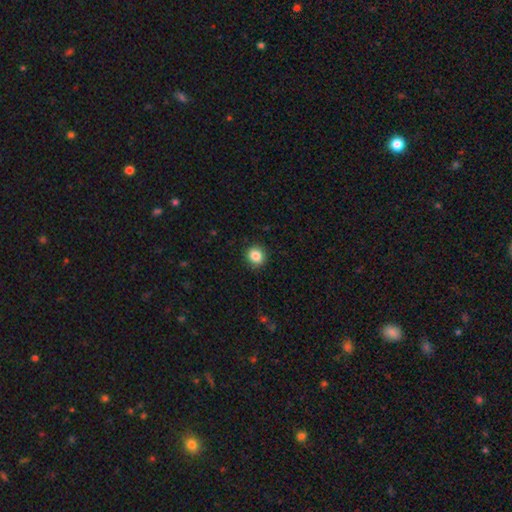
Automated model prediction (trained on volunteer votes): Overall: smooth (85%). How rounded: round (84%). Merging: none (90%).